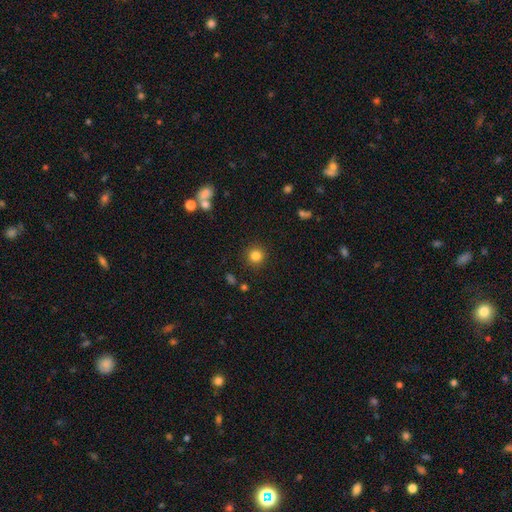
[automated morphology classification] A smooth galaxy with no disk features (83%) that is round (93%). Merging: none (90%).